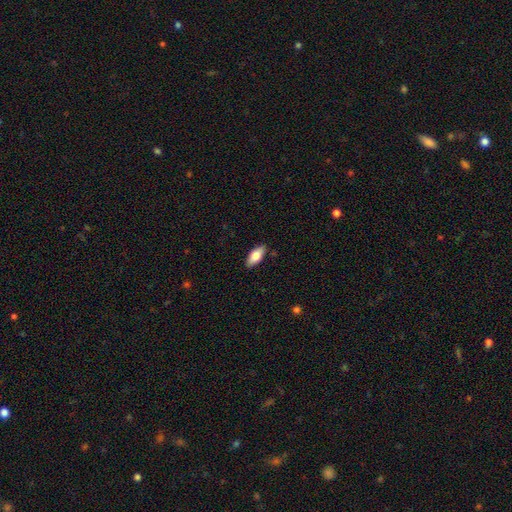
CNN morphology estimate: Smooth or featured? smooth (77%)
How rounded? in between (85%)
Merging? none (87%)